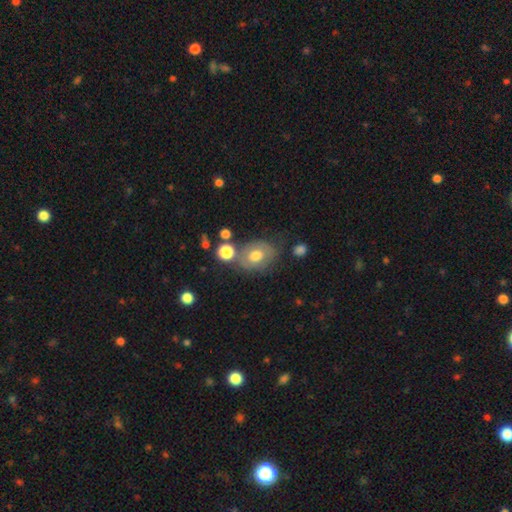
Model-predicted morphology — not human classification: smooth-or-featured: smooth: 59% | featured or disk: 31% | star or artifact: 10%
  how-rounded: in between: 56% | round: 42% | cigar-shaped: 1%
  merging: none: 56% | minor disturbance: 22% | merger: 12% | major disturbance: 11%